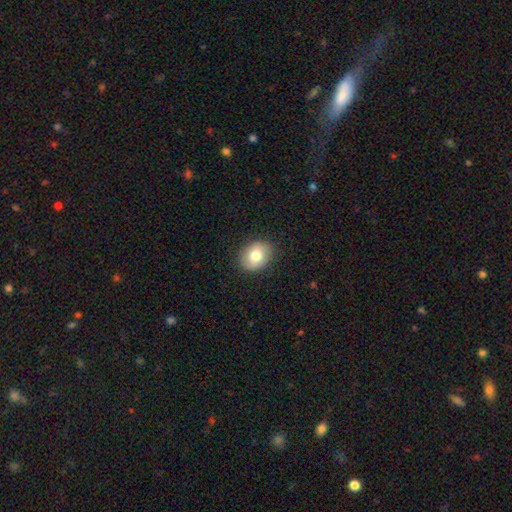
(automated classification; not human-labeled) Smooth or featured? smooth (78%)
How rounded? in between (56%)
Merging? none (88%)